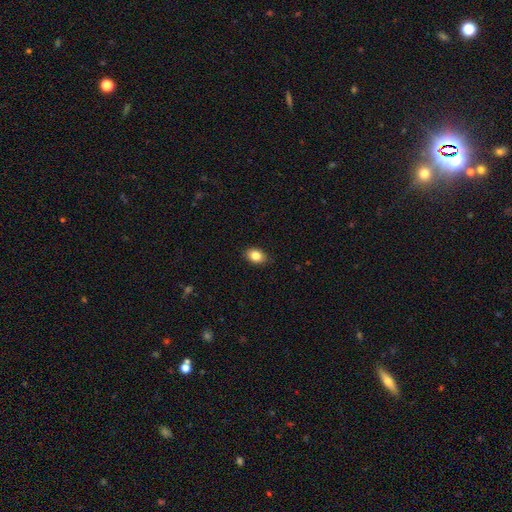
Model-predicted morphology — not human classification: Smooth or featured? smooth (85%)
How rounded? in between (77%)
Merging? none (86%)